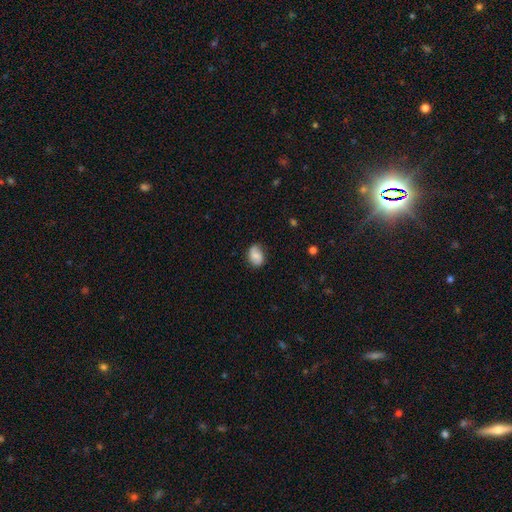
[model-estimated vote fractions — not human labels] The model was most divided on "merging": none: 68%, minor disturbance: 25%, major disturbance: 6%, merger: 2%. More confident: how rounded — in between (74%); smooth or featured — smooth (70%).